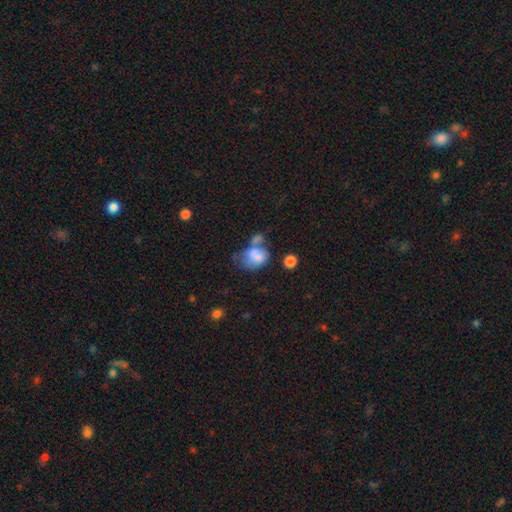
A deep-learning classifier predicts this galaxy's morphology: Q: Smooth or featured?
A: smooth (66%); runner-up: featured or disk (24%)
Q: How rounded?
A: in between (62%); runner-up: round (37%)
Q: Merging?
A: merger (41%); runner-up: none (20%)